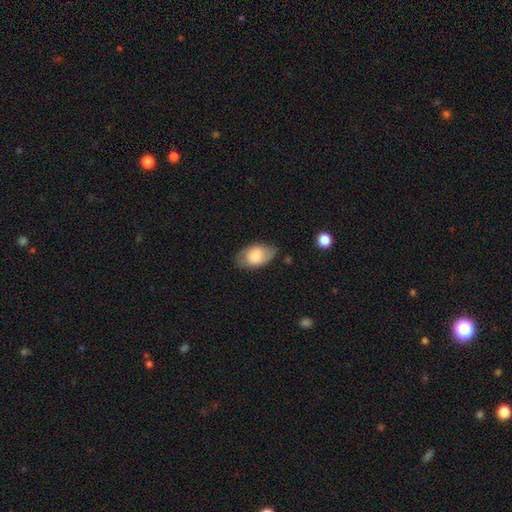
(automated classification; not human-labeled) Smooth or featured? smooth (74%)
How rounded? in between (92%)
Merging? none (65%)